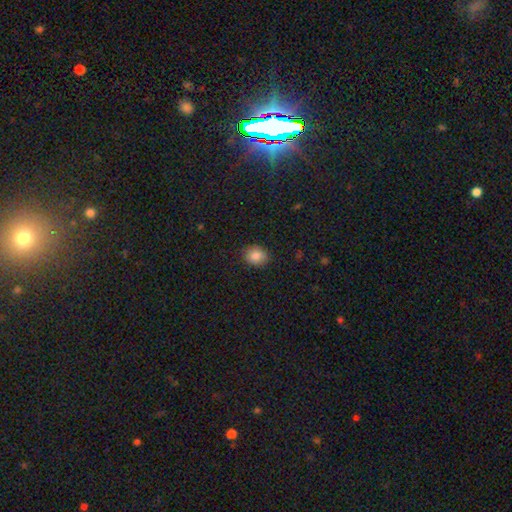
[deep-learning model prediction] Smooth or featured?
  - smooth: 85% *
  - star or artifact: 9%
  - featured or disk: 5%
How rounded?
  - round: 60% *
  - in between: 39%
  - cigar-shaped: 1%
Merging?
  - none: 88% *
  - minor disturbance: 9%
  - major disturbance: 2%
  - merger: 1%